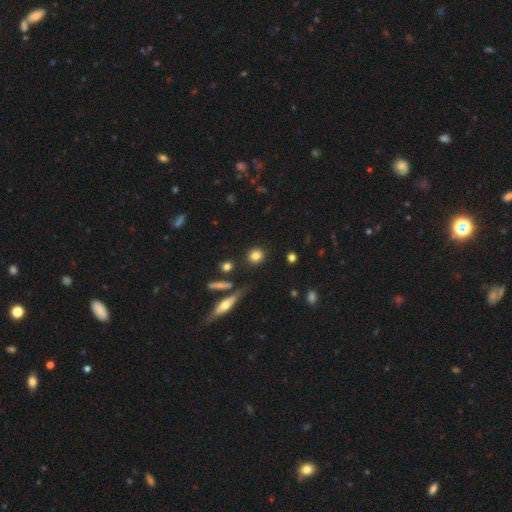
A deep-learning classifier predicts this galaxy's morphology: Smooth or featured: smooth — 82% (star or artifact — 10%)
How rounded: round — 85% (in between — 13%)
Merging: none — 86% (minor disturbance — 8%)